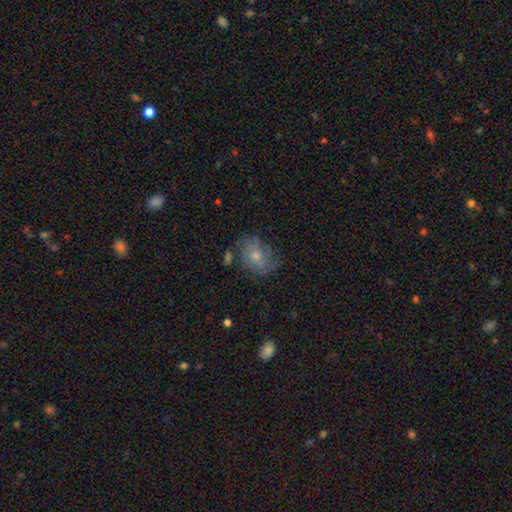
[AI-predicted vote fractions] A smooth galaxy with no disk features (44%).

Vote fractions:
- Smooth or featured? smooth: 44% / featured or disk: 41% / star or artifact: 15%
- Merging? none: 64% / minor disturbance: 23% / major disturbance: 10% / merger: 4%